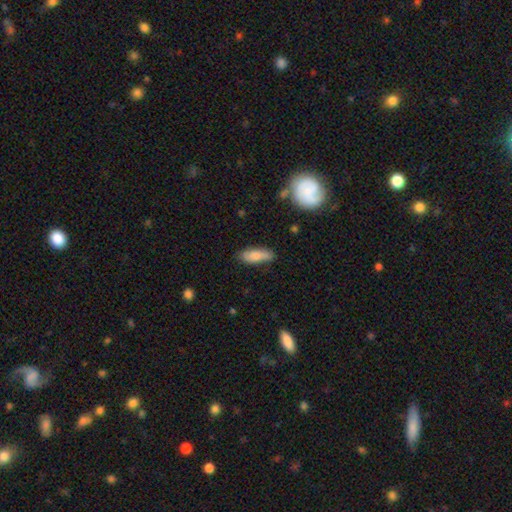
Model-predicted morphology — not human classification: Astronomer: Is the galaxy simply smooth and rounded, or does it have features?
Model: smooth — 80%.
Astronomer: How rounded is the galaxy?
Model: in between — 59% (runner-up: cigar-shaped, 39%).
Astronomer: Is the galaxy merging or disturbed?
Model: none — 76%.